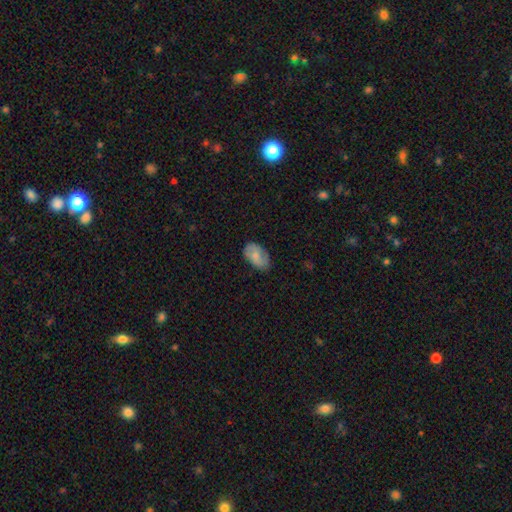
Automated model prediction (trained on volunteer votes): Morphology: type=smooth (69%); roundness=in between (92%); merging=none (74%).